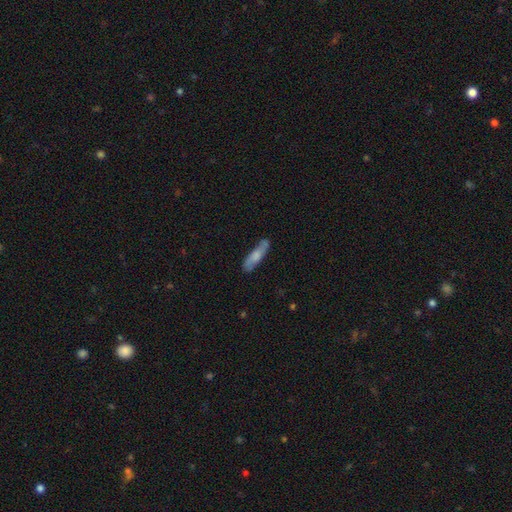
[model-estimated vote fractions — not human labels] smooth-or-featured: smooth: 63% | featured or disk: 31% | star or artifact: 6%
  how-rounded: cigar-shaped: 72% | in between: 26% | round: 2%
  merging: none: 77% | minor disturbance: 17% | major disturbance: 3% | merger: 2%